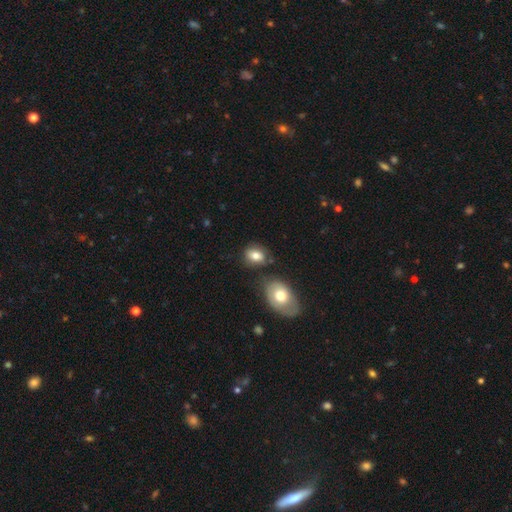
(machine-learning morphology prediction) This is likely a smooth galaxy (79%). How rounded: likely in between (67%). Merging: likely none (66%).